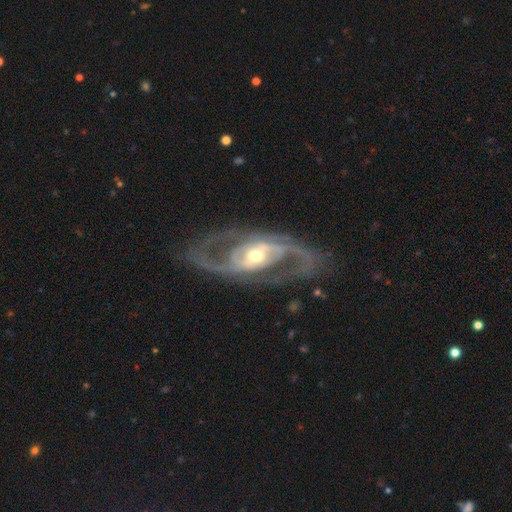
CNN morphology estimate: This is clearly a featured or disk galaxy (88%). It is clearly not viewed edge-on (93%). Bar: marginally no (37%). Spiral arm pattern: clearly yes (87%). Spiral arm count: clearly 2 (84%). Spiral winding: possibly medium (49%). Central bulge: likely moderate (64%). Merging: likely none (76%).